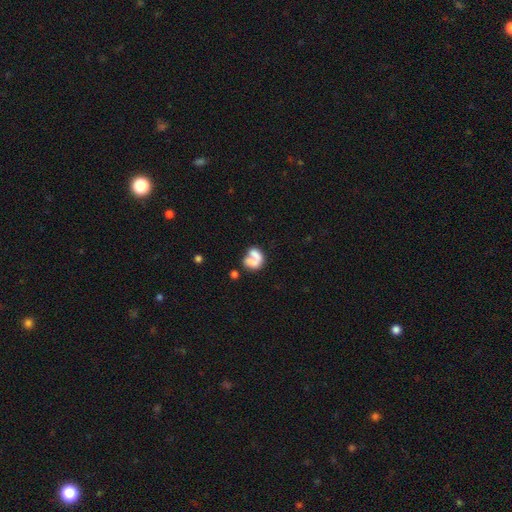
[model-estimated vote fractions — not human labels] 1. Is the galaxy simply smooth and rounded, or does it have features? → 53% smooth, 37% featured or disk, 10% star or artifact.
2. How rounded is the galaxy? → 49% round (tied), 49% in between (tied), 2% cigar-shaped.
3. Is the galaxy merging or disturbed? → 32% merger, 31% none, 21% major disturbance, 16% minor disturbance.